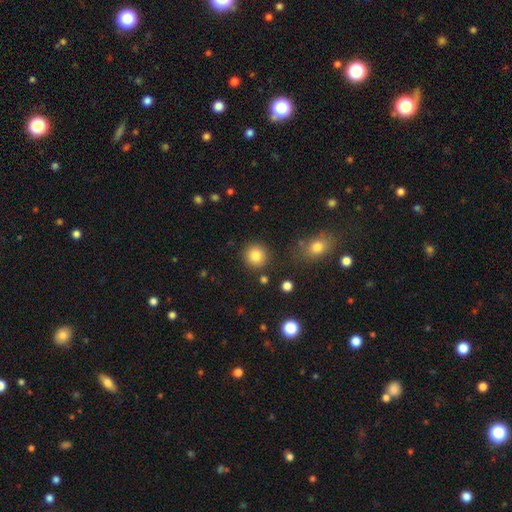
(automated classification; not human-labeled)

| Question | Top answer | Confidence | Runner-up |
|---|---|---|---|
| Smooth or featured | smooth | 84% | star or artifact (10%) |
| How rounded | round | 93% | in between (6%) |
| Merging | none | 88% | minor disturbance (6%) |